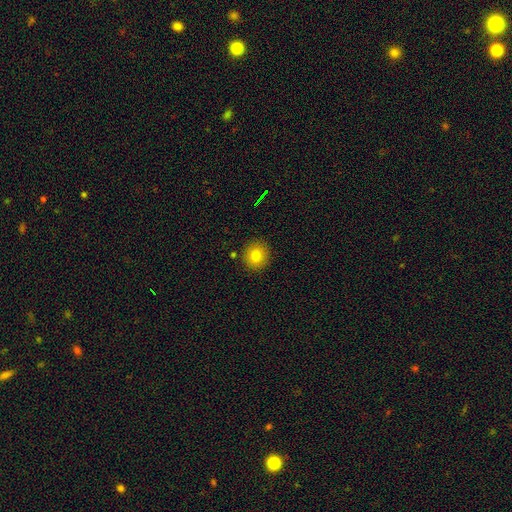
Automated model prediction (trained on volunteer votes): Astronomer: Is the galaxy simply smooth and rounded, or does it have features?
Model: smooth — 79%.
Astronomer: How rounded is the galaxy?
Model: round — 86%.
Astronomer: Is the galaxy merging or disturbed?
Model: none — 89%.